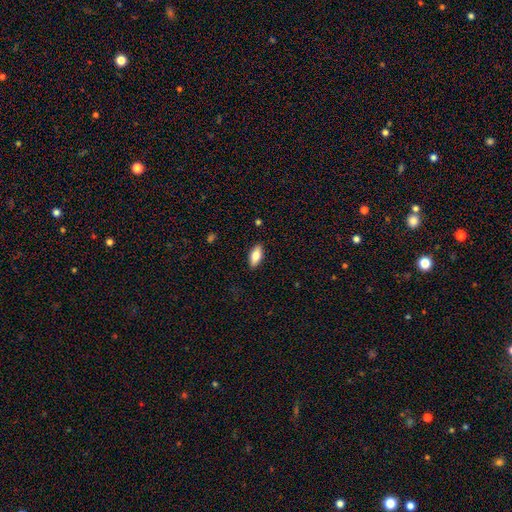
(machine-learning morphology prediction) The model was most divided on "smooth or featured": smooth: 75%, featured or disk: 18%, star or artifact: 6%. More confident: merging — none (88%); how rounded — in between (82%).